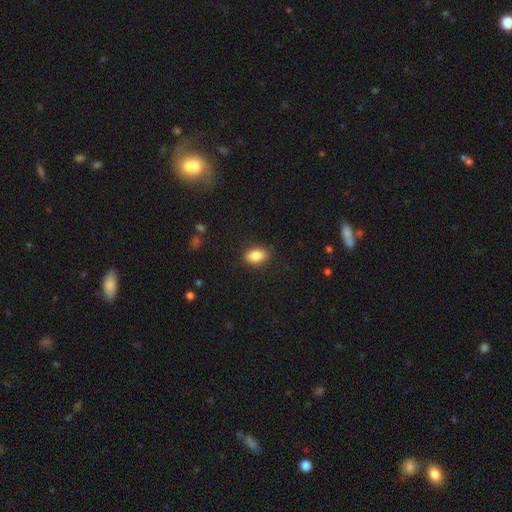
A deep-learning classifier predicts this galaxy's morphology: type=smooth (86%); roundness=in between (85%); merging=none (85%).